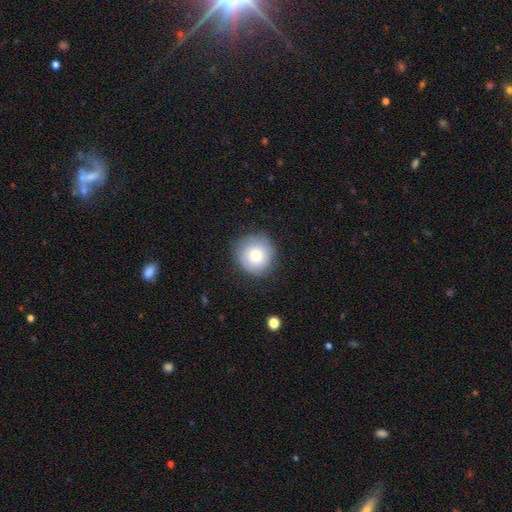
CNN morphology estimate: Smooth or featured? Predicted: smooth (p=0.75). How rounded? Predicted: round (p=0.94). Merging? Predicted: none (p=0.83).